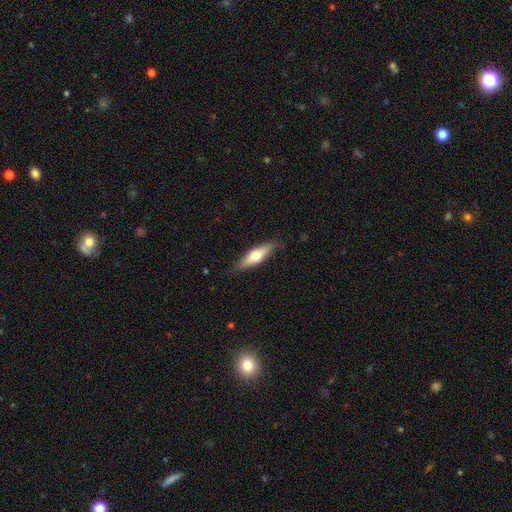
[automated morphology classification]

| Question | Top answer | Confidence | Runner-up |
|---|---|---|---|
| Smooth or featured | smooth | 57% | featured or disk (38%) |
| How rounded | cigar-shaped | 60% | in between (38%) |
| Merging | none | 84% | minor disturbance (13%) |